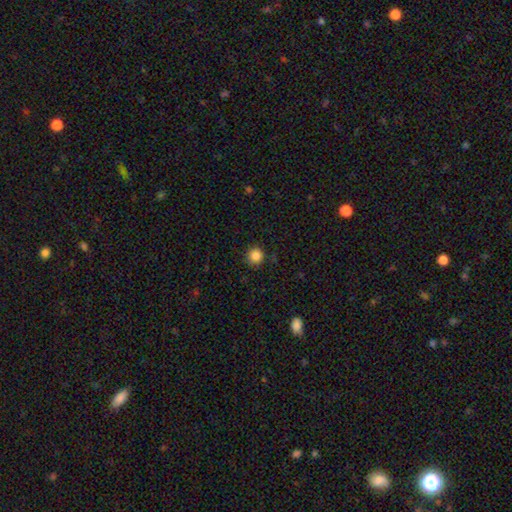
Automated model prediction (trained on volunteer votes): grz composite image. It shows a smooth galaxy with no disk features (86%) that is round (94%). Merging: none (88%).